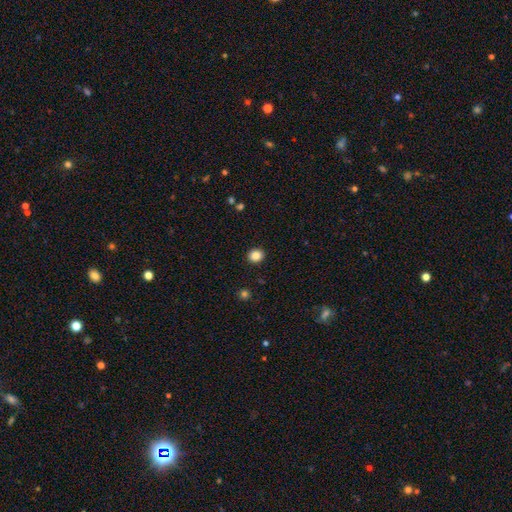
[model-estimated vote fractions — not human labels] Smooth or featured: smooth — 86% (star or artifact — 10%)
How rounded: round — 76% (in between — 23%)
Merging: none — 92% (minor disturbance — 5%)